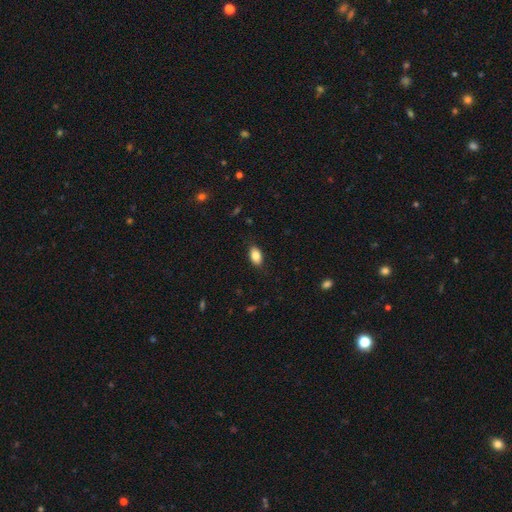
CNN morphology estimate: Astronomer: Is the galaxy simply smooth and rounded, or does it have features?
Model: smooth — 86%.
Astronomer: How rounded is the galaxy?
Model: in between — 91%.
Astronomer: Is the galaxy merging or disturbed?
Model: none — 86%.